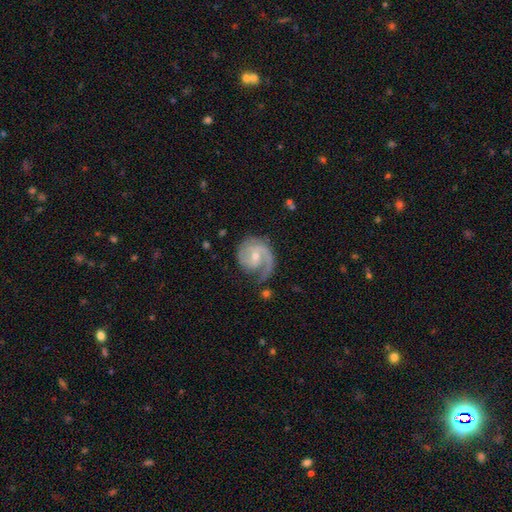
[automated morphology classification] smooth-or-featured: featured or disk: 85% | smooth: 10% | star or artifact: 5%
  disk-edge-on: no: 98% | yes: 2%
    bar: weak: 48% | no: 42% | strong: 10%
    has-spiral-arms: yes: 96% | no: 4%
      spiral-winding: medium: 45% | tight: 37% | loose: 18%
      spiral-arm-count: 2: 49% | 1: 39% | can't tell: 6% | 3: 4% | 4: 1% | more than 4: 1%
    bulge-size: small: 52% | moderate: 43% | none: 2% | large: 2% | dominant: 1%
  merging: none: 61% | minor disturbance: 21% | major disturbance: 15% | merger: 2%